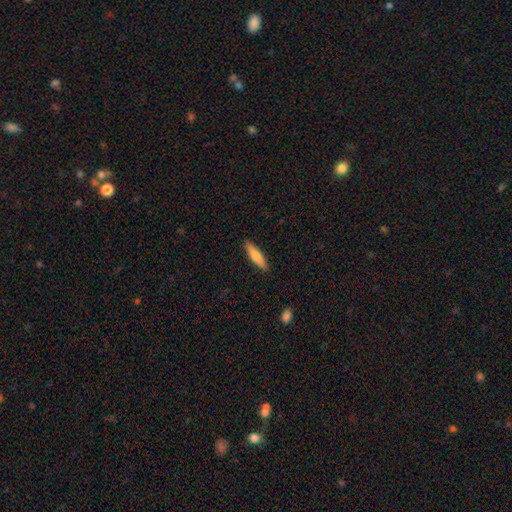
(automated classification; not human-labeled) Q: Smooth or featured?
A: smooth (71%); runner-up: featured or disk (23%)
Q: How rounded?
A: cigar-shaped (74%); runner-up: in between (24%)
Q: Merging?
A: none (89%); runner-up: minor disturbance (8%)